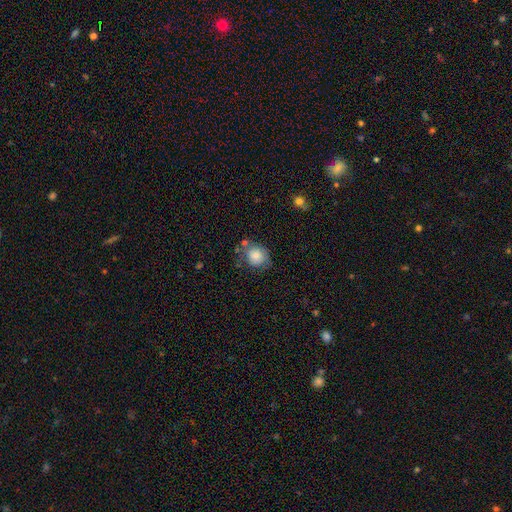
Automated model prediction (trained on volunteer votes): smooth-or-featured: smooth: 78% | featured or disk: 14% | star or artifact: 9%
  how-rounded: round: 74% | in between: 25% | cigar-shaped: 1%
  merging: none: 56% | minor disturbance: 26% | major disturbance: 9% | merger: 9%